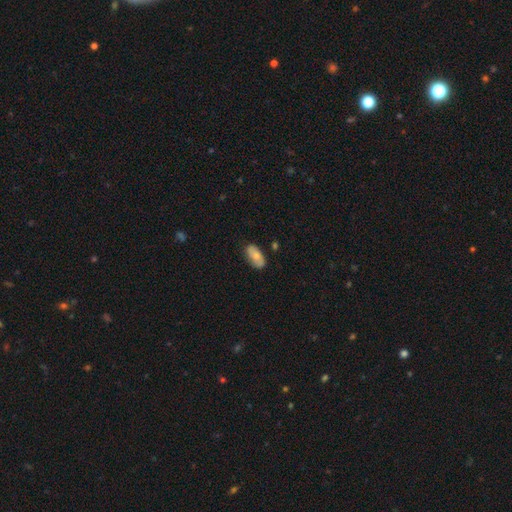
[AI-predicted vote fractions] Smooth or featured? Predicted: smooth (p=0.68). How rounded? Predicted: in between (p=0.92). Merging? Predicted: none (p=0.79).